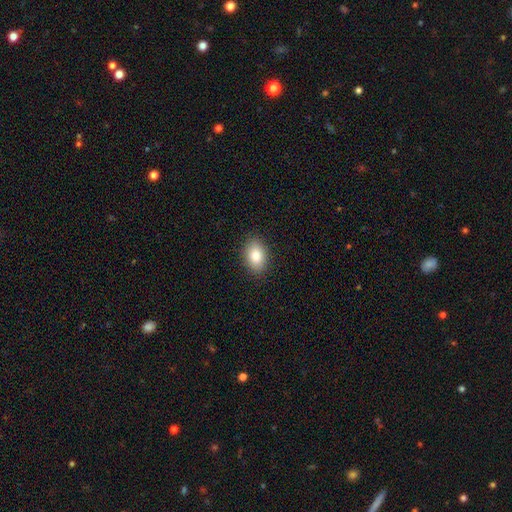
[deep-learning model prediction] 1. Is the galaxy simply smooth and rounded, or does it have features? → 83% smooth, 8% featured or disk, 8% star or artifact.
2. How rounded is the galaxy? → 84% in between, 15% round, 1% cigar-shaped.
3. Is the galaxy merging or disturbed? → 89% none, 8% minor disturbance, 2% major disturbance, 1% merger.